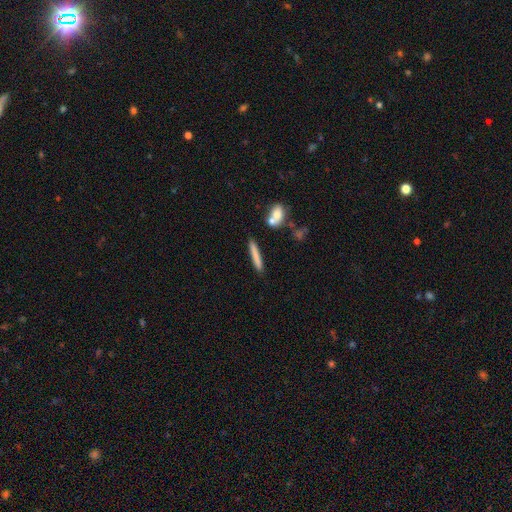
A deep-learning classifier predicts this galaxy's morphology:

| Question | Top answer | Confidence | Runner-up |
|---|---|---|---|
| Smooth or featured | smooth | 76% | featured or disk (17%) |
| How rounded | cigar-shaped | 93% | in between (6%) |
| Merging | none | 83% | minor disturbance (9%) |